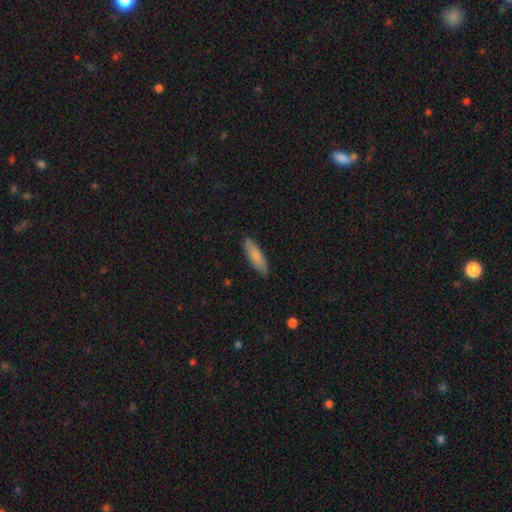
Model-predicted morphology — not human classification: Smooth or featured: smooth — 85% (featured or disk — 9%)
How rounded: cigar-shaped — 62% (in between — 36%)
Merging: none — 88% (minor disturbance — 9%)